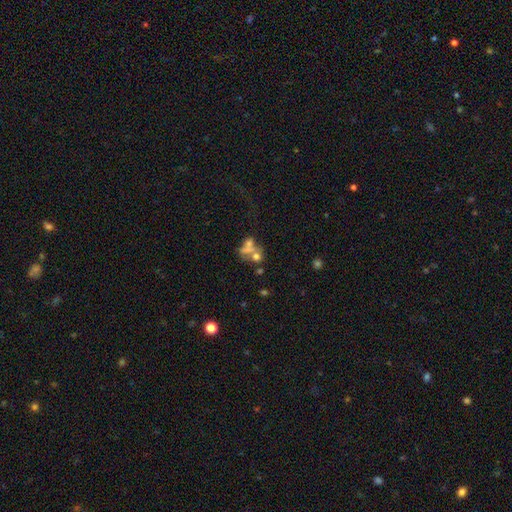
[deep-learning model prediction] Smooth or featured? smooth (48%)
Merging? merger (49%)